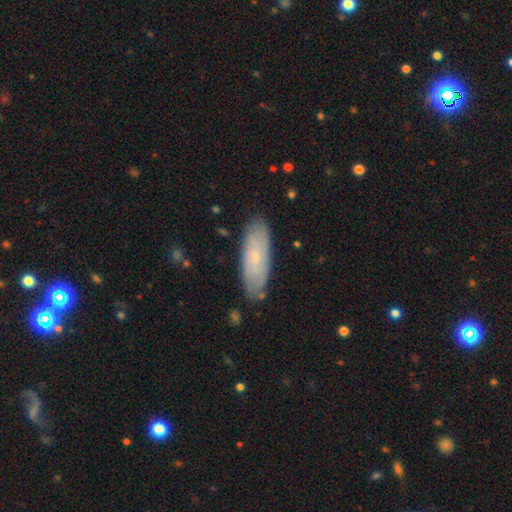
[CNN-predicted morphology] Smooth or featured?
  - smooth: 53% *
  - featured or disk: 41%
  - star or artifact: 7%
How rounded?
  - in between: 65% *
  - cigar-shaped: 34%
  - round: 2%
Merging?
  - none: 81% *
  - minor disturbance: 15%
  - major disturbance: 3%
  - merger: 2%